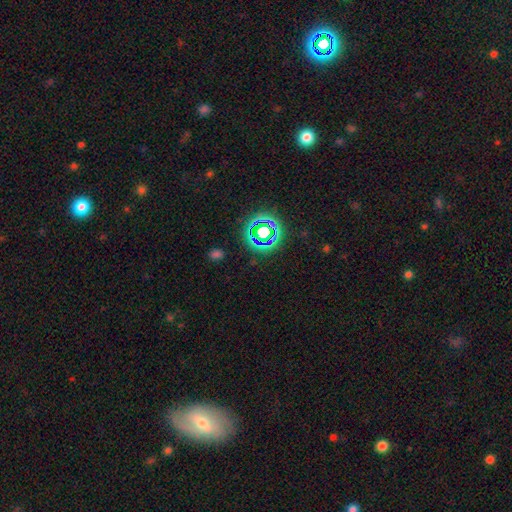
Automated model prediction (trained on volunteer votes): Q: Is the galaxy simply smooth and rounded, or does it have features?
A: star or artifact — 70%.